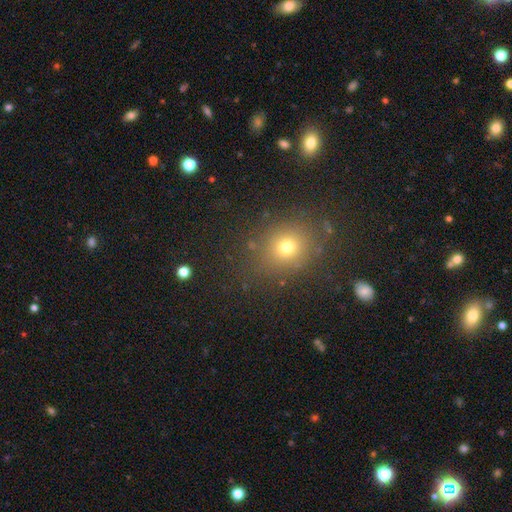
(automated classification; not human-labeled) Q: Smooth or featured?
A: smooth (59%); runner-up: star or artifact (33%)
Q: How rounded?
A: round (71%); runner-up: in between (28%)
Q: Merging?
A: none (88%); runner-up: minor disturbance (7%)